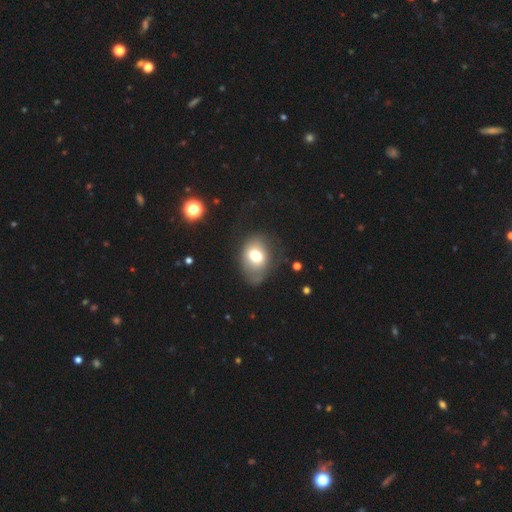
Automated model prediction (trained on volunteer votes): Overall: smooth (67%). How rounded: in between (63%; round 36%). Merging: none (53%; minor disturbance 28%).